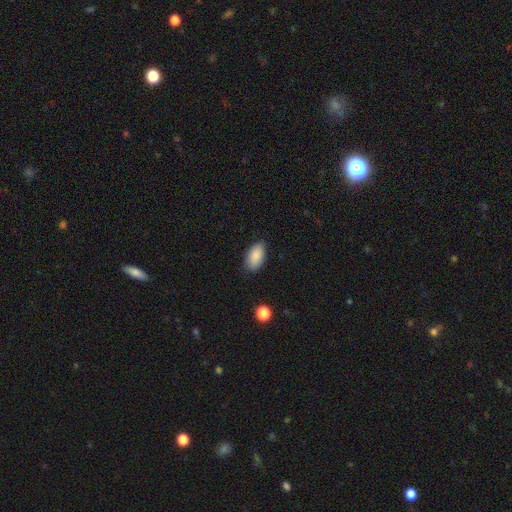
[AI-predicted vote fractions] smooth-or-featured: smooth: 87% | star or artifact: 7% | featured or disk: 5%
  how-rounded: in between: 93% | cigar-shaped: 4% | round: 3%
  merging: none: 82% | minor disturbance: 14% | major disturbance: 3% | merger: 1%